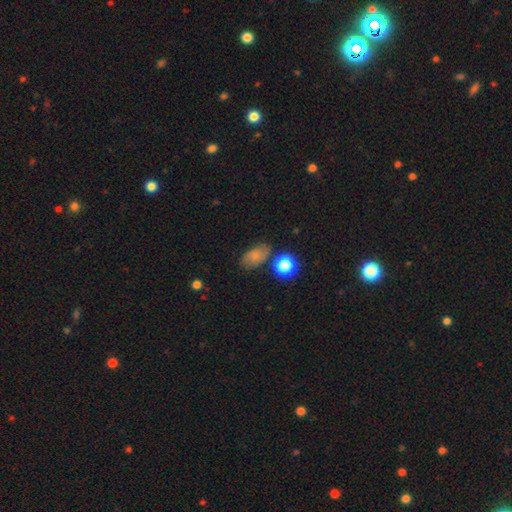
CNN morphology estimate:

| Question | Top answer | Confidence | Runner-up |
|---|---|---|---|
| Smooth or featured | smooth | 72% | featured or disk (15%) |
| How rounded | in between | 81% | round (16%) |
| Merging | none | 67% | minor disturbance (21%) |